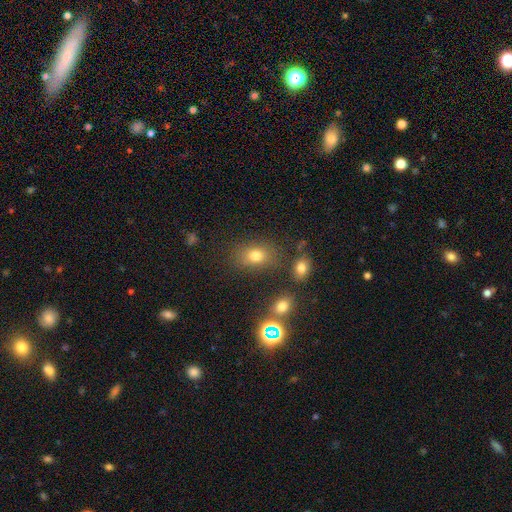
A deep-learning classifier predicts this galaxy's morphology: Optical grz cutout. It shows a smooth galaxy with no disk features (72%) that is in between round and cigar-shaped (68%). Merging: none (75%).